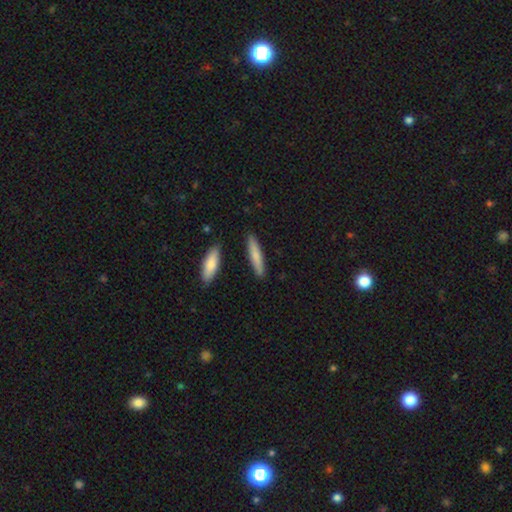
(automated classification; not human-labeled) Smooth or featured?
  - smooth: 76% *
  - featured or disk: 18%
  - star or artifact: 5%
How rounded?
  - cigar-shaped: 84% *
  - in between: 14%
  - round: 2%
Merging?
  - none: 87% *
  - minor disturbance: 8%
  - merger: 3%
  - major disturbance: 2%